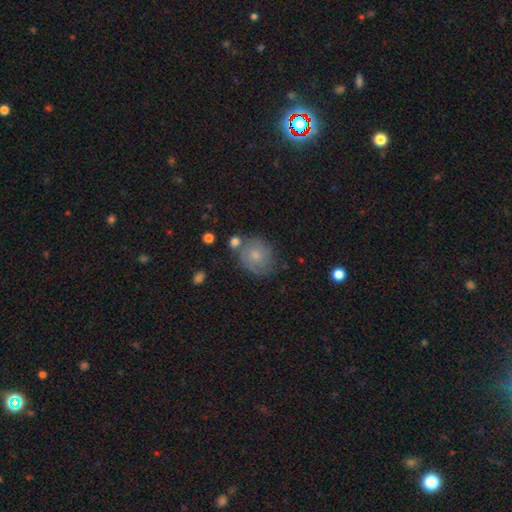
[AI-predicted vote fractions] Smooth or featured?
  - smooth: 67% *
  - featured or disk: 25%
  - star or artifact: 8%
How rounded?
  - round: 76% *
  - in between: 23%
  - cigar-shaped: 1%
Merging?
  - none: 56% *
  - minor disturbance: 23%
  - merger: 11%
  - major disturbance: 9%